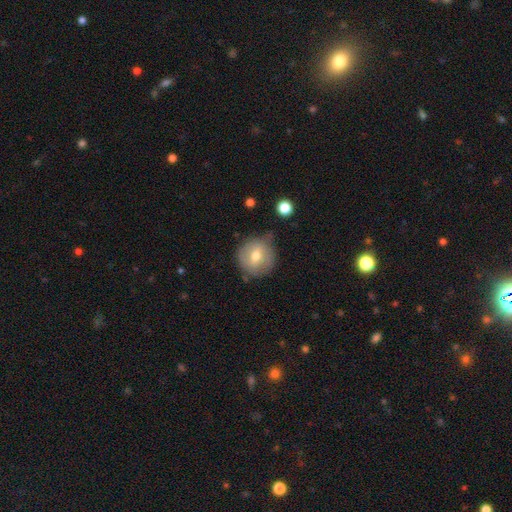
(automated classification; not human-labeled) Q: Smooth or featured?
A: smooth (65%); runner-up: featured or disk (27%)
Q: How rounded?
A: round (91%); runner-up: in between (8%)
Q: Merging?
A: none (67%); runner-up: minor disturbance (23%)